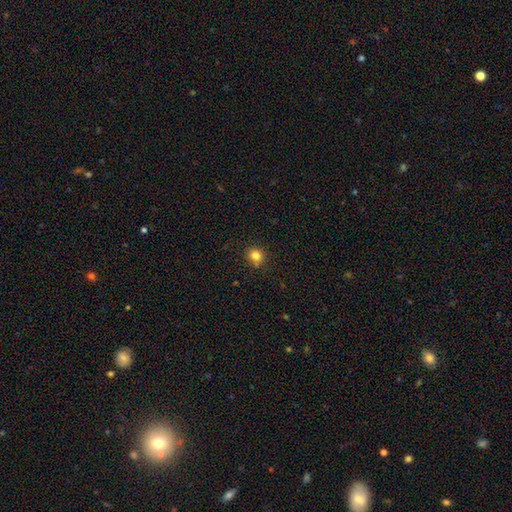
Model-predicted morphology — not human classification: Smooth or featured? smooth (81%)
How rounded? round (87%)
Merging? none (84%)